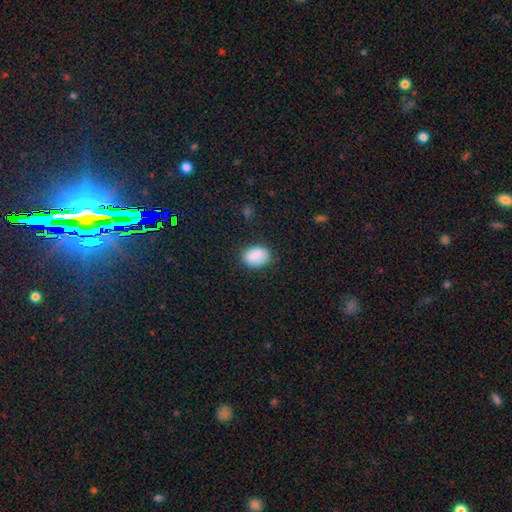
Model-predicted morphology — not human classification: This is clearly a smooth galaxy (88%). How rounded: likely in between (72%). Merging: clearly none (82%).